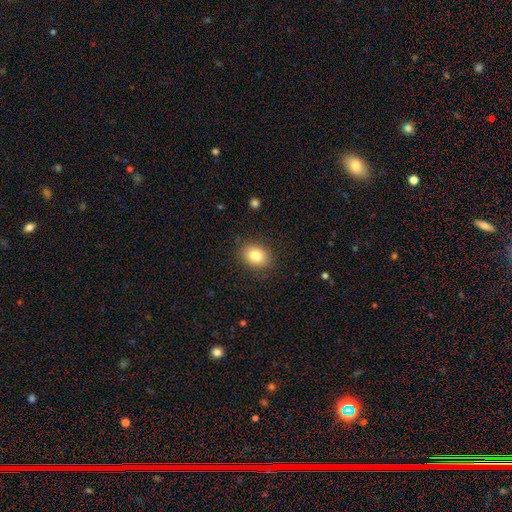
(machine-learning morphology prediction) This is clearly a smooth galaxy (82%). How rounded: possibly in between (51%). Merging: clearly none (86%).